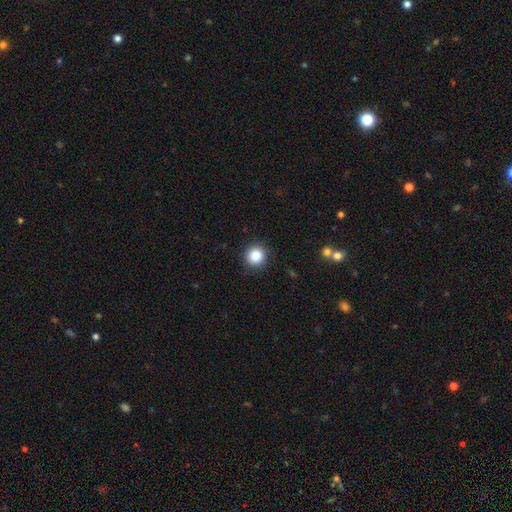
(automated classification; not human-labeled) Q: Smooth or featured?
A: smooth (86%); runner-up: star or artifact (10%)
Q: How rounded?
A: round (92%); runner-up: in between (7%)
Q: Merging?
A: none (89%); runner-up: minor disturbance (8%)